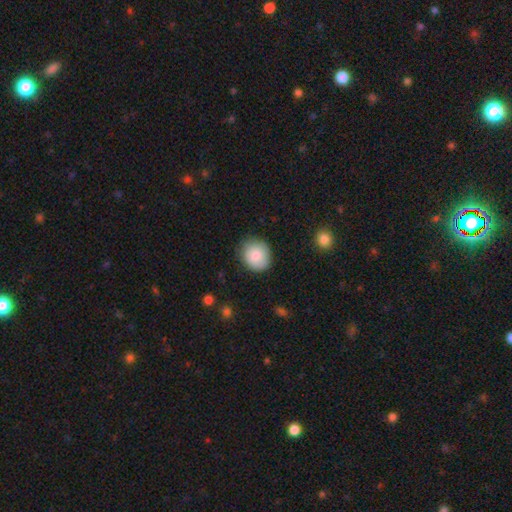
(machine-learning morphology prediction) A smooth galaxy with no disk features (85%) that is round (73%). Merging: none (83%).